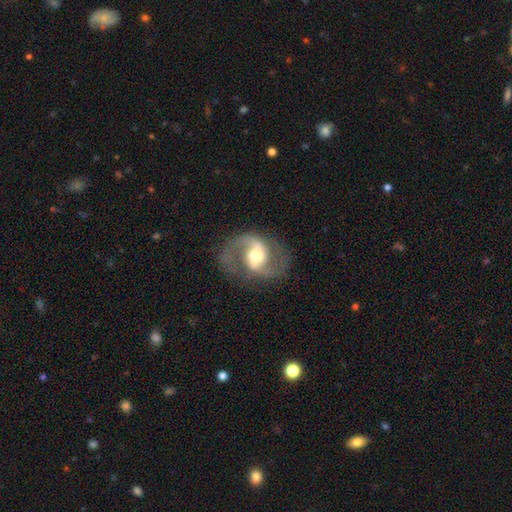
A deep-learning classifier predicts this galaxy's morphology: featured or disk 89%, smooth 6%, star or artifact 5%. Down the decision tree: edge-on disk — no (98%); bar — weak (48%); spiral arms — yes (96%); spiral arm count — 2 (92%); spiral winding — medium (55%); bulge size — moderate (58%); merging — none (74%).